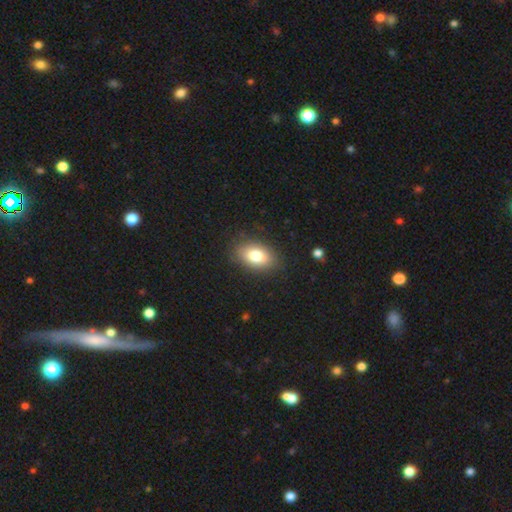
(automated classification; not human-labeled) A smooth galaxy with no disk features (80%) that is in between round and cigar-shaped (89%).

Vote fractions:
- Smooth or featured? smooth: 80% / featured or disk: 12% / star or artifact: 8%
- How rounded? in between: 89% / round: 9% / cigar-shaped: 2%
- Merging? none: 85% / minor disturbance: 11% / major disturbance: 3% / merger: 1%